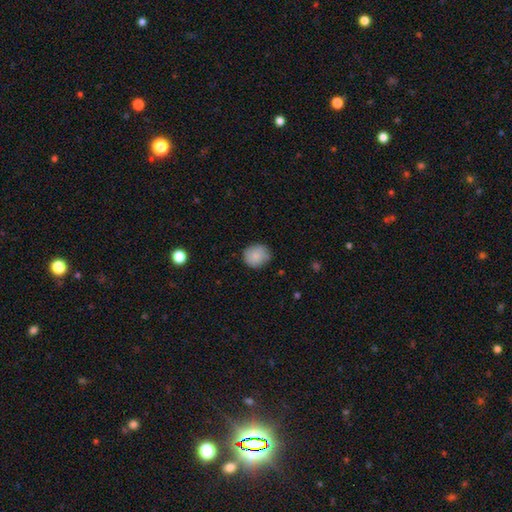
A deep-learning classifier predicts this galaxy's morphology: This appears to be a smooth galaxy with no disk features (85%) that is round (82%). Merging: none (79%).